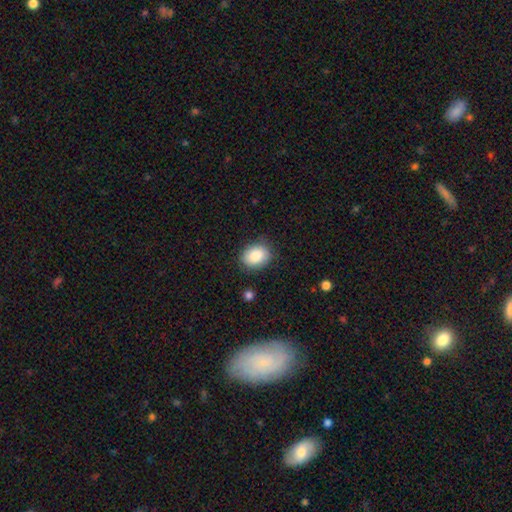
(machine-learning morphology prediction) This is clearly a smooth galaxy (87%). How rounded: likely in between (61%). Merging: clearly none (82%).